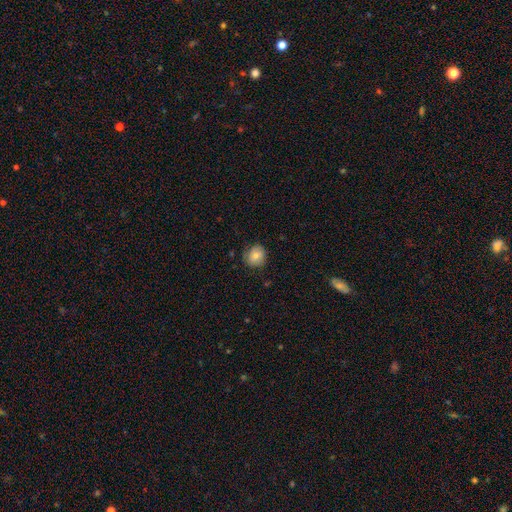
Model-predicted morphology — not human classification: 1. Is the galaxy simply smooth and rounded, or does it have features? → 74% smooth, 17% featured or disk, 9% star or artifact.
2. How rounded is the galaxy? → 79% round, 20% in between, 1% cigar-shaped.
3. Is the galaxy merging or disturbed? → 74% none, 20% minor disturbance, 5% major disturbance, 1% merger.